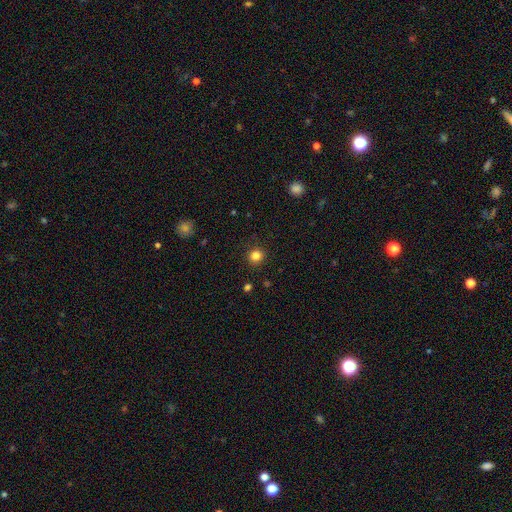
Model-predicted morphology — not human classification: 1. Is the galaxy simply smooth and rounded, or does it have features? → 83% smooth, 13% star or artifact, 4% featured or disk.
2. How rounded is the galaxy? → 90% round, 9% in between, 1% cigar-shaped.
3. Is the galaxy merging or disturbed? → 90% none, 6% minor disturbance, 2% major disturbance, 1% merger.